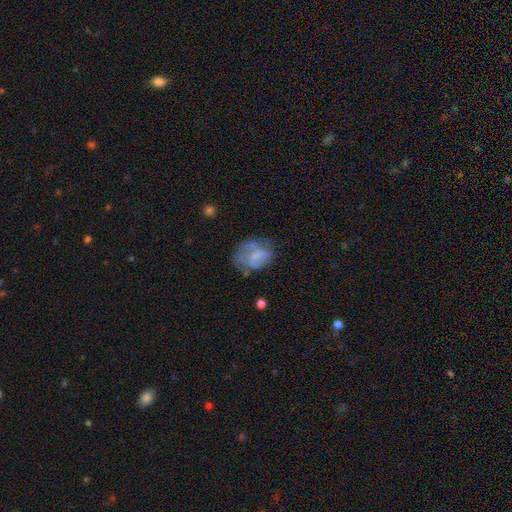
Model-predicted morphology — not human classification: This appears to be a smooth galaxy with no disk features (51%) that is in between round and cigar-shaped (64%). Merging: none (42%).